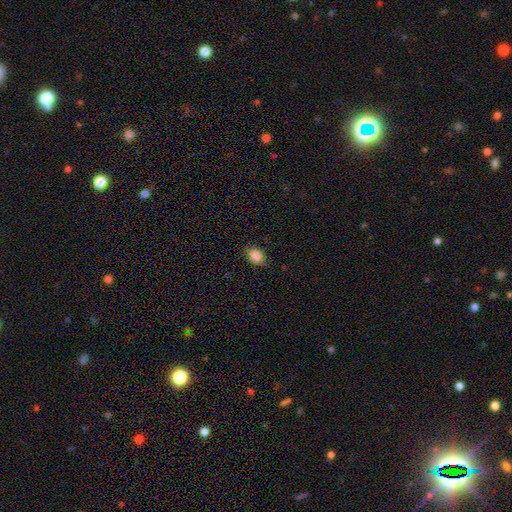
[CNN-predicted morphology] smooth_or_featured: smooth (p=0.86) [alt: star or artifact p=0.09]
how_rounded: in between (p=0.69) [alt: round p=0.30]
merging: none (p=0.82) [alt: minor disturbance p=0.14]